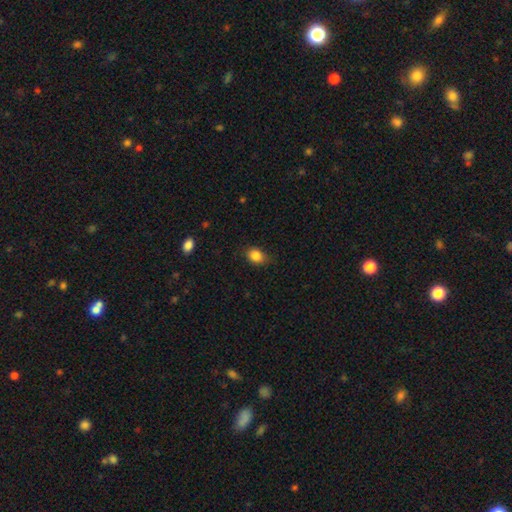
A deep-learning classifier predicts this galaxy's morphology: Smooth or featured? Predicted: smooth (p=0.85). How rounded? Predicted: in between (p=0.54). Merging? Predicted: none (p=0.75).